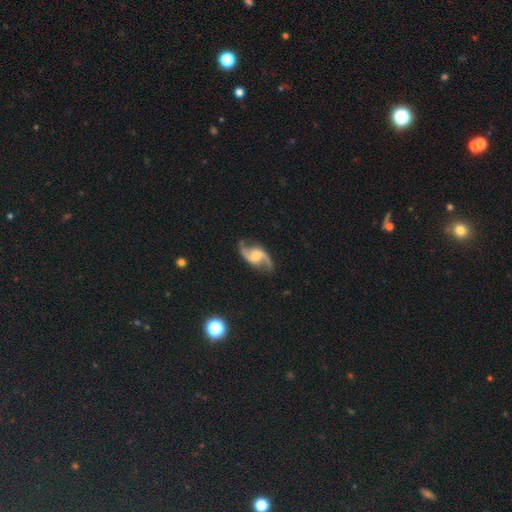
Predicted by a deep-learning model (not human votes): The model was most divided on "bulge size": moderate: 43%, small: 34%, none: 11%, large: 10%, dominant: 2%. More confident: spiral arms — yes (98%); edge-on disk — no (97%); spiral arm count — 2 (94%); smooth or featured — featured or disk (90%); merging — none (80%); spiral winding — loose (70%); bar — no (51%).